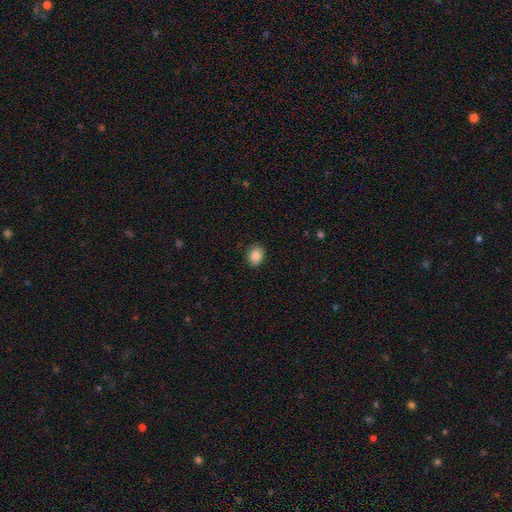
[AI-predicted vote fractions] Morphology: type=smooth (84%); roundness=round (52%); merging=none (89%).